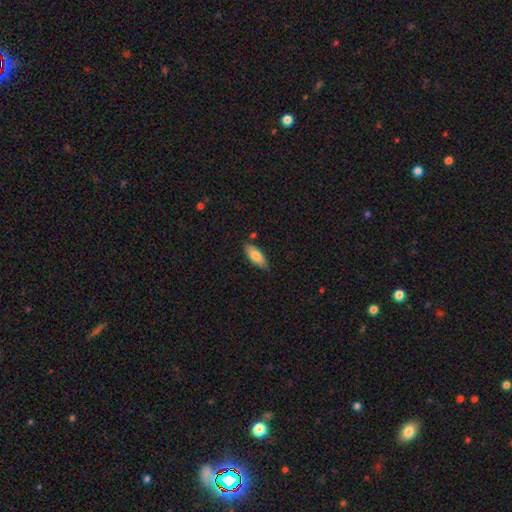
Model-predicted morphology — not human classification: Smooth or featured? Predicted: smooth (p=0.77). How rounded? Predicted: in between (p=0.78). Merging? Predicted: none (p=0.84).